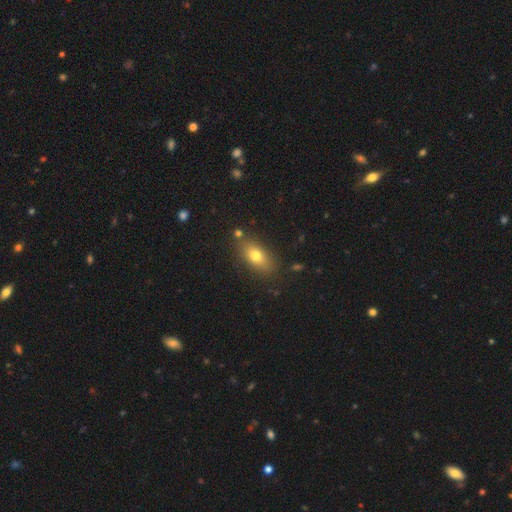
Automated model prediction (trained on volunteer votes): Smooth or featured? Predicted: smooth (p=0.74). How rounded? Predicted: in between (p=0.82). Merging? Predicted: none (p=0.80).